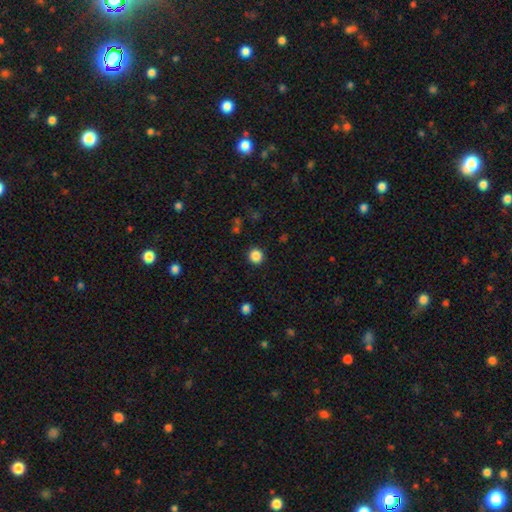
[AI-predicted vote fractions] Smooth or featured? smooth (86%)
How rounded? round (94%)
Merging? none (92%)